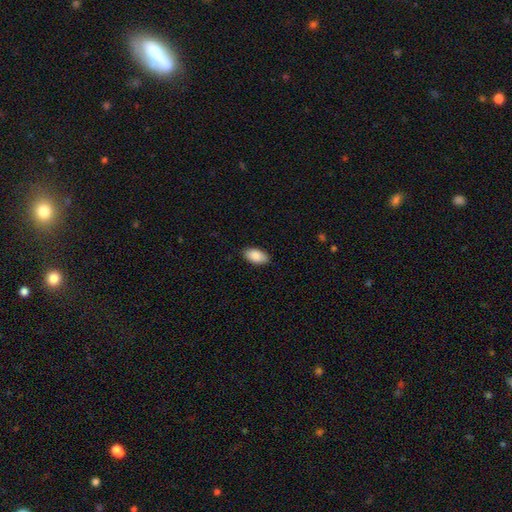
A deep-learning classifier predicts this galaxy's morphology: Smooth or featured? Predicted: smooth (p=0.89). How rounded? Predicted: in between (p=0.95). Merging? Predicted: none (p=0.87).